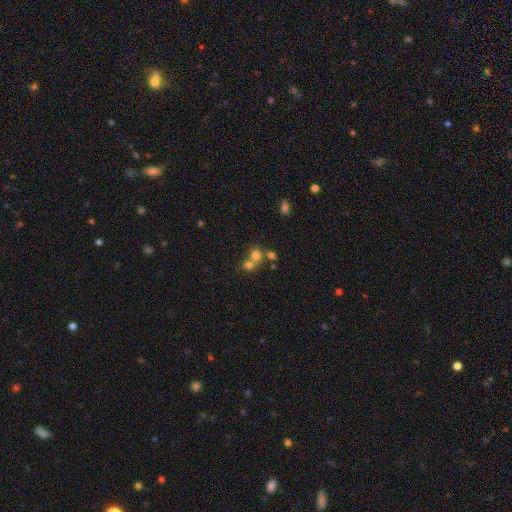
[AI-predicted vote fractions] Smooth or featured: smooth — 70% (star or artifact — 16%)
How rounded: round — 74% (in between — 25%)
Merging: merger — 57% (none — 34%)